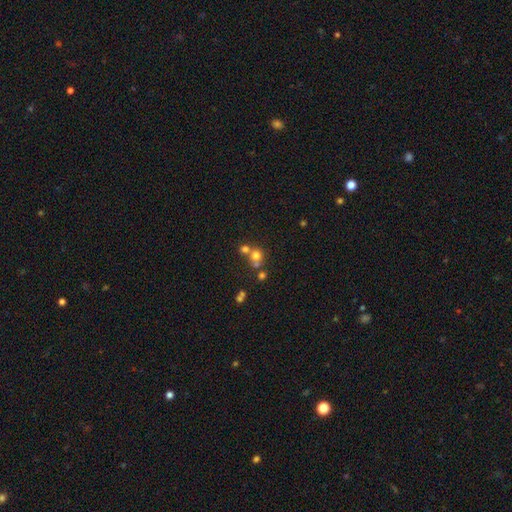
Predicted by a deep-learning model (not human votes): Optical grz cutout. It shows a smooth galaxy with no disk features (68%) that is round (86%). Merging: none (46%).